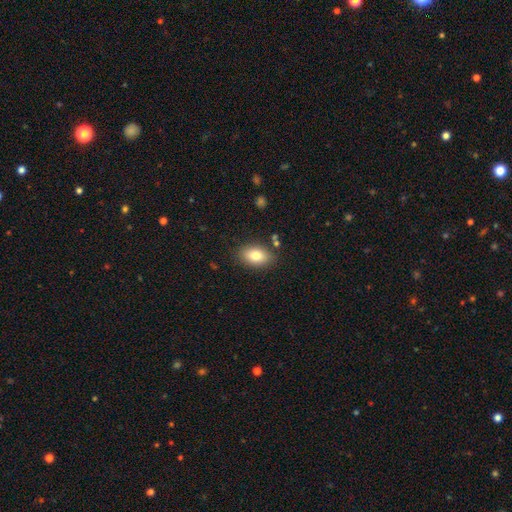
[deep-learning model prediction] Morphology: type=smooth (81%); roundness=in between (87%); merging=none (83%).